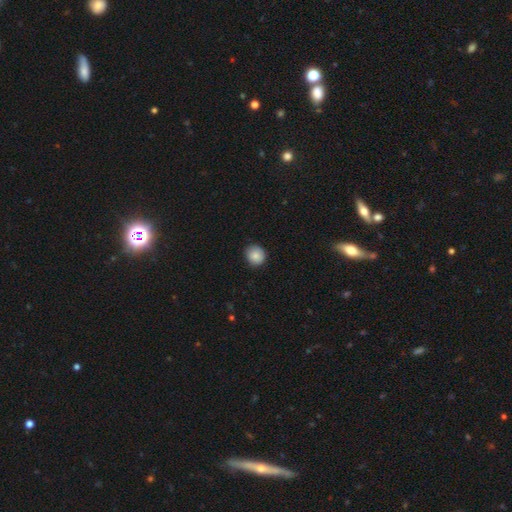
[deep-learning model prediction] This appears to be a smooth galaxy with no disk features (86%) that is round (87%). Merging: none (87%).